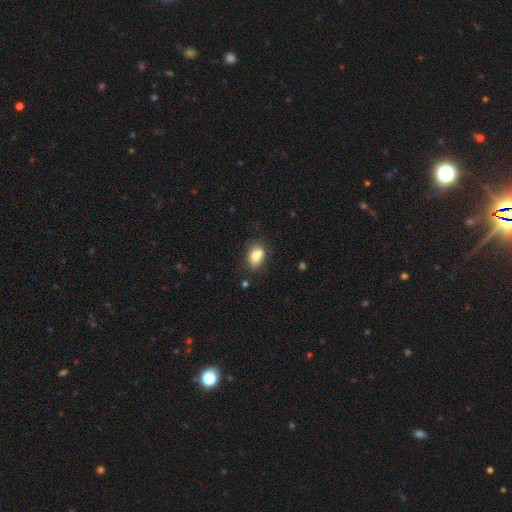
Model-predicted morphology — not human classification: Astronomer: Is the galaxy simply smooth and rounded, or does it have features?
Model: smooth — 77%.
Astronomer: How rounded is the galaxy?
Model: in between — 77%.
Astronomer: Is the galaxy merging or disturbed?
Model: none — 57%.